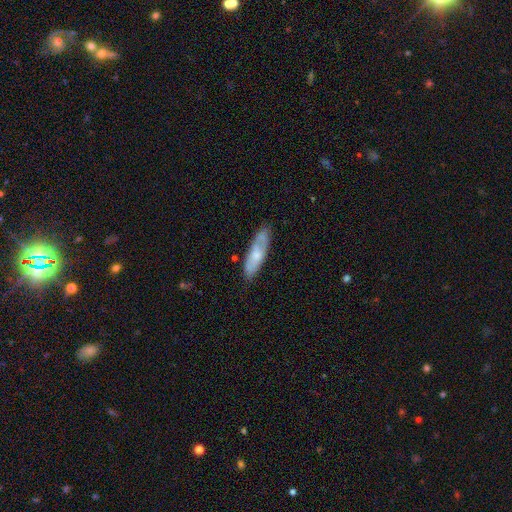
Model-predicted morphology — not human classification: smooth 57%, featured or disk 37%, star or artifact 6%. Down the decision tree: how rounded — cigar-shaped (52%); merging — none (73%).